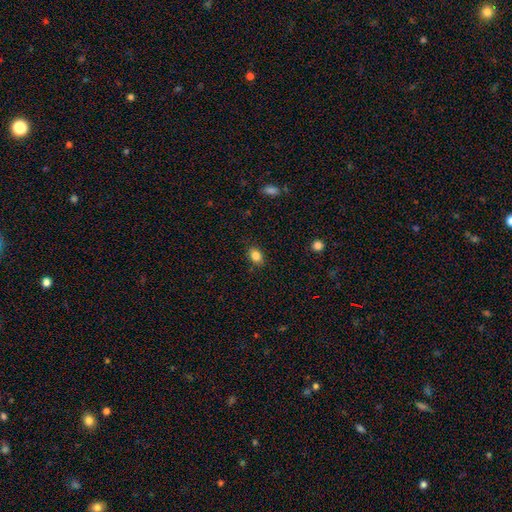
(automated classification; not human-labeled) Smooth or featured: smooth — 85% (star or artifact — 10%)
How rounded: in between — 72% (round — 27%)
Merging: none — 85% (minor disturbance — 11%)